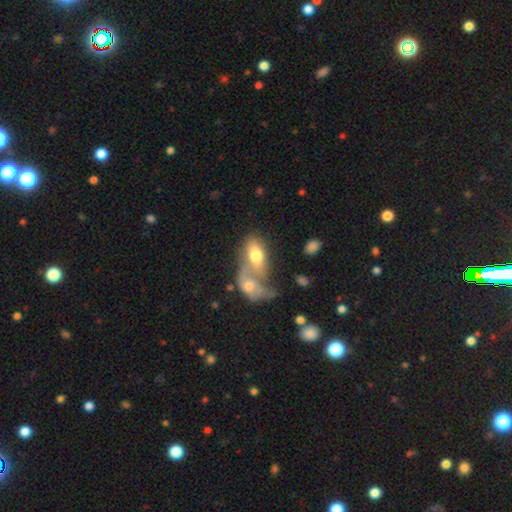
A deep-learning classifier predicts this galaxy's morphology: A smooth galaxy with no disk features (66%) that is in between round and cigar-shaped (87%).

Vote fractions:
- Smooth or featured? smooth: 66% / featured or disk: 27% / star or artifact: 8%
- How rounded? in between: 87% / round: 8% / cigar-shaped: 4%
- Merging? merger: 72% / none: 12% / major disturbance: 10% / minor disturbance: 6%